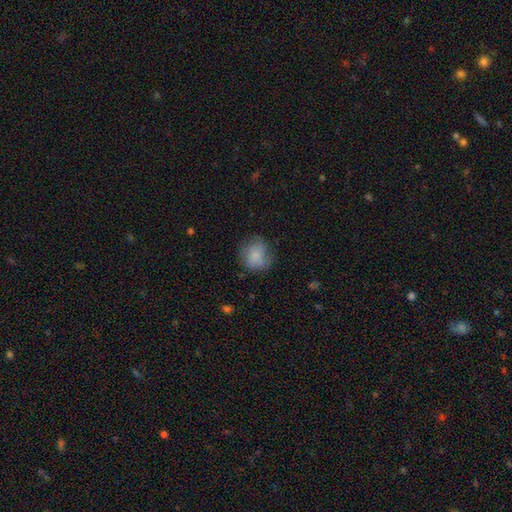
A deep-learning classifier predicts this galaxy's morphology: This appears to be a smooth galaxy with no disk features (81%) that is round (77%). Merging: none (67%).